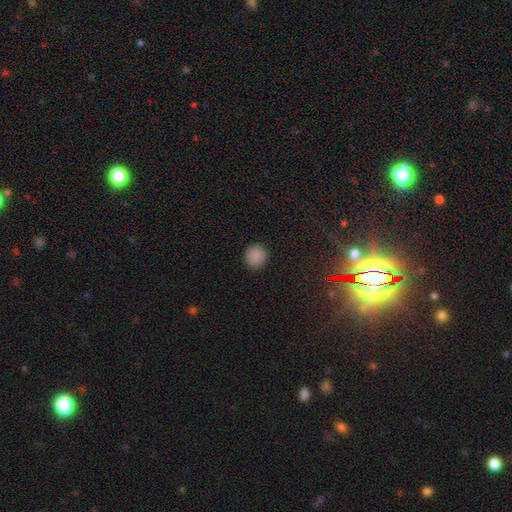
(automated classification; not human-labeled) A smooth galaxy with no disk features (87%) that is round (91%).

Vote fractions:
- Smooth or featured? smooth: 87% / star or artifact: 10% / featured or disk: 3%
- How rounded? round: 91% / in between: 8% / cigar-shaped: 1%
- Merging? none: 92% / minor disturbance: 6% / major disturbance: 2% / merger: 1%